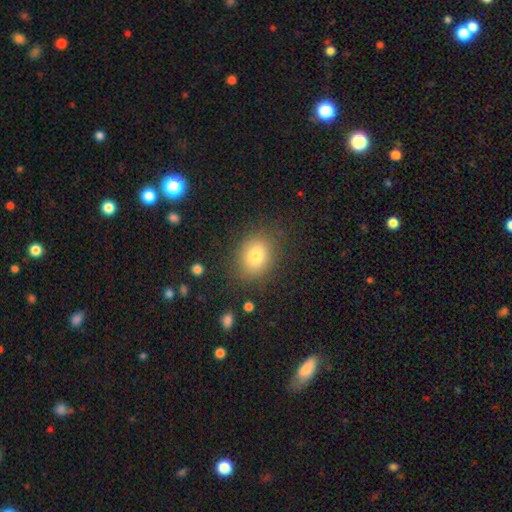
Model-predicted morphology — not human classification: Smooth or featured? Predicted: smooth (p=0.78). How rounded? Predicted: round (p=0.55). Merging? Predicted: none (p=0.84).